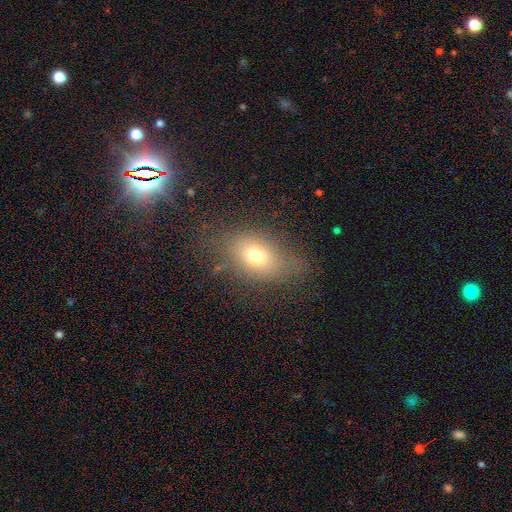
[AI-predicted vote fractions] This is likely a smooth galaxy (69%). How rounded: likely in between (75%). Merging: likely none (68%).